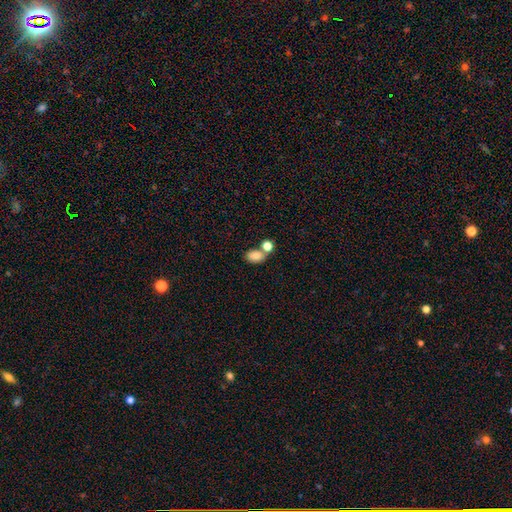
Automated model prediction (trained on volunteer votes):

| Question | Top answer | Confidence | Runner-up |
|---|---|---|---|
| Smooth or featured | smooth | 82% | star or artifact (10%) |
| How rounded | in between | 81% | round (18%) |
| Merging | none | 52% | merger (31%) |